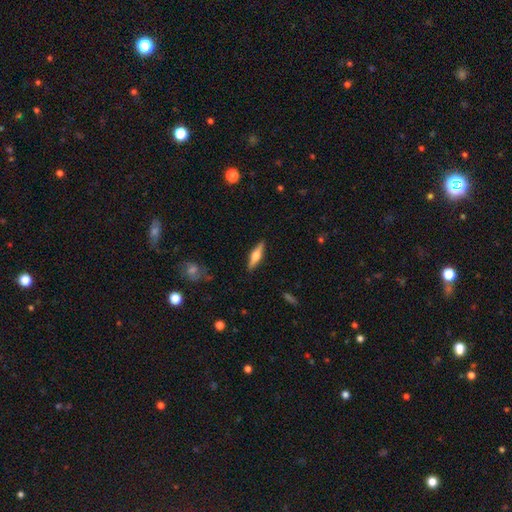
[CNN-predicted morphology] smooth_or_featured: featured or disk (p=0.58) [alt: smooth p=0.37]
disk_edge_on: yes (p=0.96) [alt: no p=0.04]
edge_on_bulge: rounded (p=0.92) [alt: boxy p=0.06]
merging: none (p=0.89) [alt: minor disturbance p=0.08]